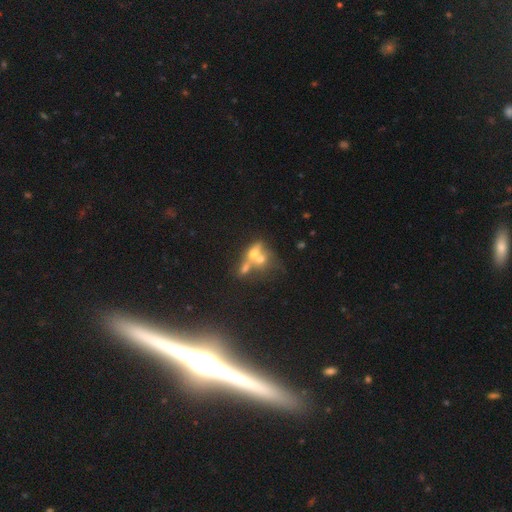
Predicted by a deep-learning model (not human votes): Overall: smooth (45%; featured or disk 40%). Merging: merger (62%; none 23%).